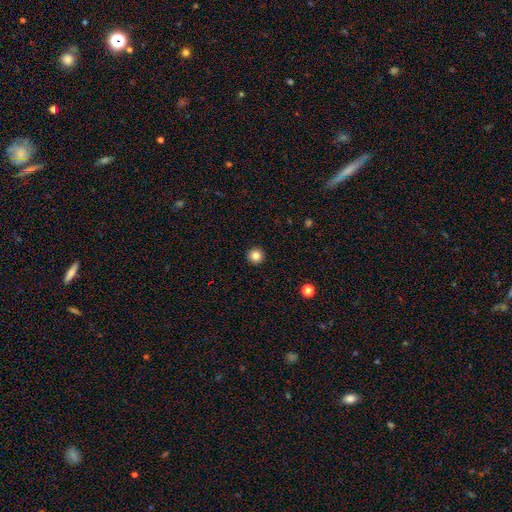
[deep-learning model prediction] Smooth or featured?
  - smooth: 84% *
  - star or artifact: 11%
  - featured or disk: 5%
How rounded?
  - round: 96% *
  - in between: 3%
  - cigar-shaped: 1%
Merging?
  - none: 94% *
  - minor disturbance: 4%
  - major disturbance: 1%
  - merger: 1%